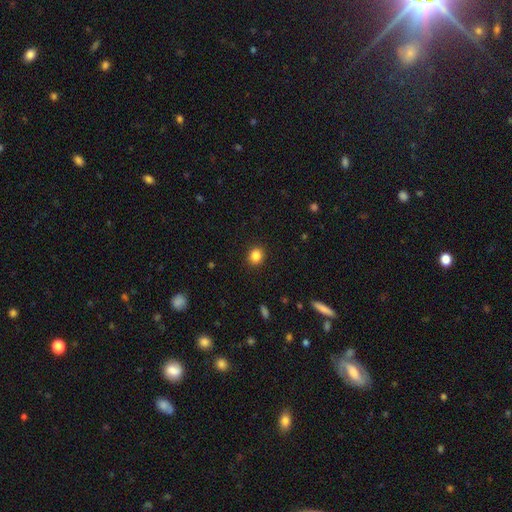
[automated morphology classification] Smooth or featured: smooth — 86% (star or artifact — 11%)
How rounded: round — 71% (in between — 28%)
Merging: none — 91% (minor disturbance — 6%)